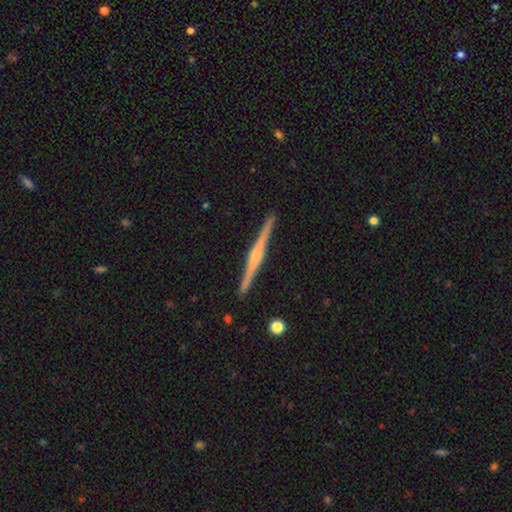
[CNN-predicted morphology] This appears to be a featured or disk galaxy (82%) viewed edge-on (99%) with a rounded central bulge (66%). Merging: none (92%).